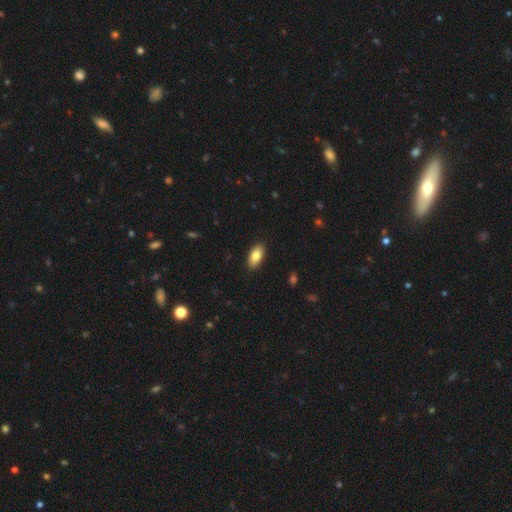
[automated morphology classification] A smooth galaxy with no disk features (83%) that is in between round and cigar-shaped (91%). Merging: none (89%).